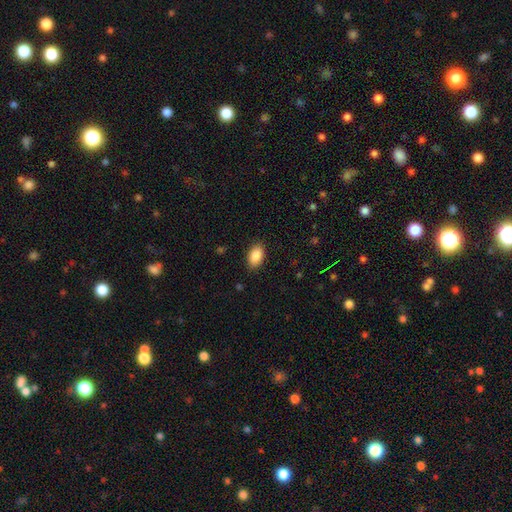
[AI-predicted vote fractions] Smooth or featured?
  - smooth: 88% *
  - star or artifact: 7%
  - featured or disk: 4%
How rounded?
  - in between: 91% *
  - round: 7%
  - cigar-shaped: 2%
Merging?
  - none: 87% *
  - minor disturbance: 10%
  - major disturbance: 3%
  - merger: 1%